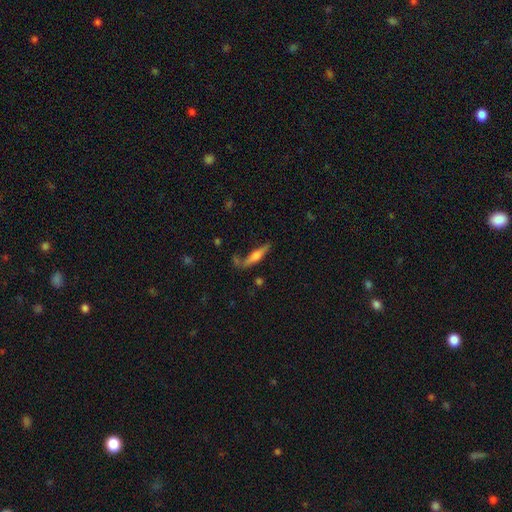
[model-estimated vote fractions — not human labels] smooth-or-featured: featured or disk: 50% | smooth: 43% | star or artifact: 7%
  merging: none: 64% | minor disturbance: 19% | merger: 9% | major disturbance: 8%